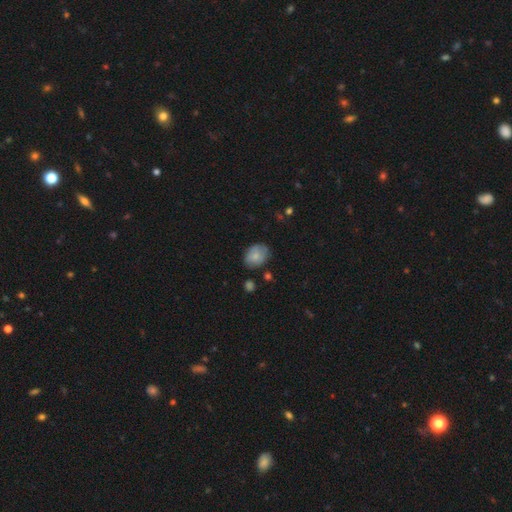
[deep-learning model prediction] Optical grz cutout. It shows a smooth galaxy with no disk features (72%) that is in between round and cigar-shaped (65%). Merging: none (70%).